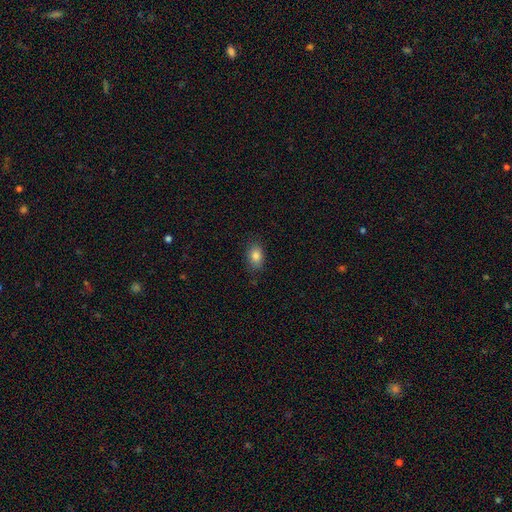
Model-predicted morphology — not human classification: The model was most divided on "how rounded": in between: 82%, round: 17%, cigar-shaped: 1%. More confident: smooth or featured — smooth (84%); merging — none (84%).